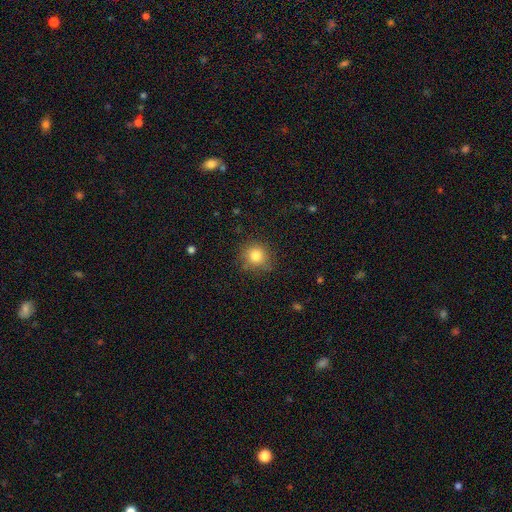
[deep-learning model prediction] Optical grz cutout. It shows a smooth galaxy with no disk features (82%) that is round (87%). Merging: none (80%).